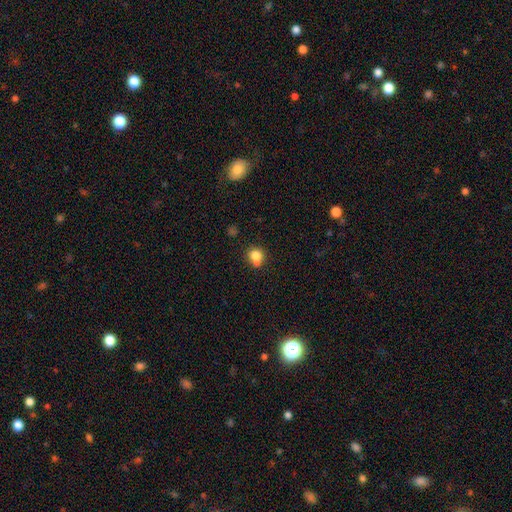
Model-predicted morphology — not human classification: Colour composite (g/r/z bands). It shows a smooth galaxy with no disk features (79%) that is round (79%). Merging: none (50%).